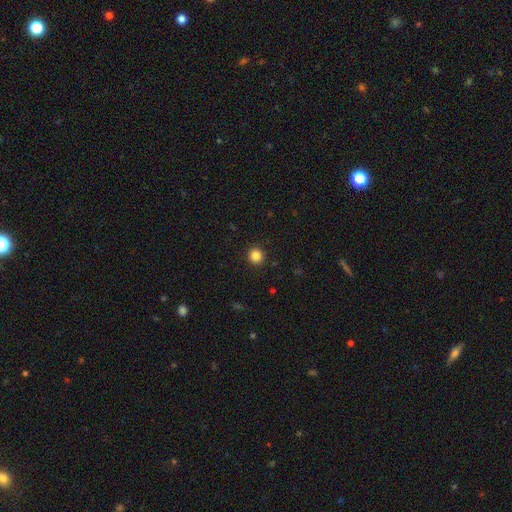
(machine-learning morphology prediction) Smooth or featured? Predicted: smooth (p=0.85). How rounded? Predicted: round (p=0.94). Merging? Predicted: none (p=0.92).